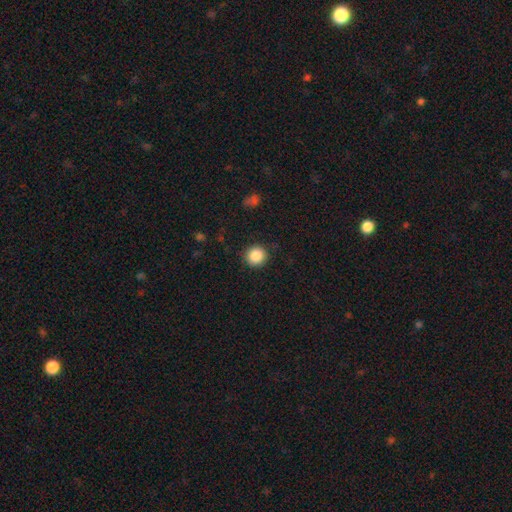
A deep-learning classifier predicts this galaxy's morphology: Overall: smooth (87%). How rounded: round (92%). Merging: none (90%).